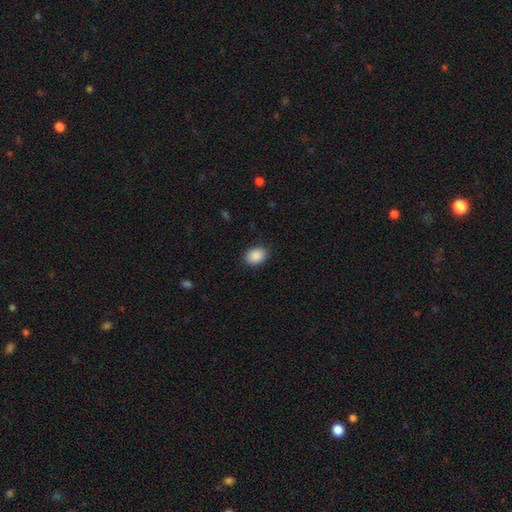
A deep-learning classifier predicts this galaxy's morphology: This appears to be a smooth galaxy with no disk features (89%) that is in between round and cigar-shaped (68%). Merging: none (88%).